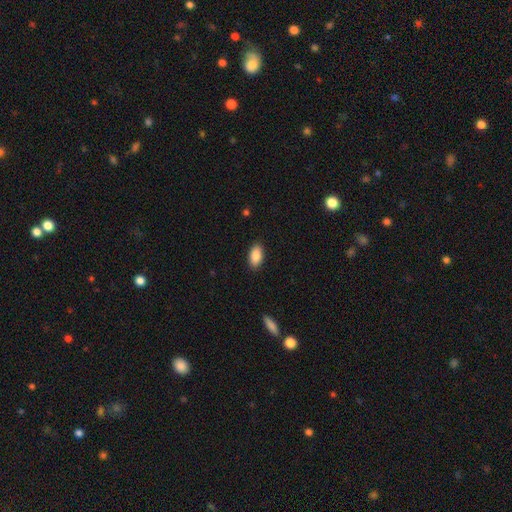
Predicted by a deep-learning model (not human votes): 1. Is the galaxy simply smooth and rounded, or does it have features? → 88% smooth, 7% star or artifact, 5% featured or disk.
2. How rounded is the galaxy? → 93% in between, 4% cigar-shaped, 3% round.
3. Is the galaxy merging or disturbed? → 89% none, 8% minor disturbance, 2% major disturbance, 1% merger.